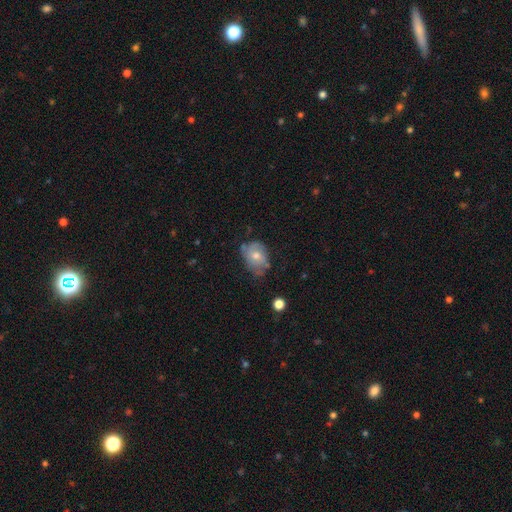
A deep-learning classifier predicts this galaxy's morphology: Q: Smooth or featured?
A: smooth (50%); runner-up: featured or disk (41%)
Q: How rounded?
A: in between (65%); runner-up: round (34%)
Q: Merging?
A: none (46%); runner-up: minor disturbance (35%)